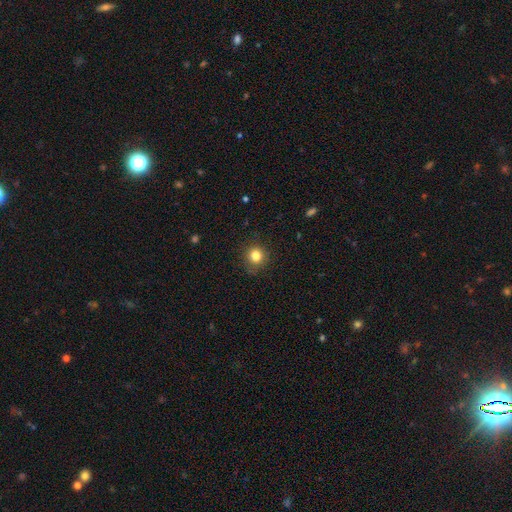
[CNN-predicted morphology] Smooth or featured: smooth — 83% (star or artifact — 12%)
How rounded: round — 91% (in between — 8%)
Merging: none — 86% (minor disturbance — 10%)